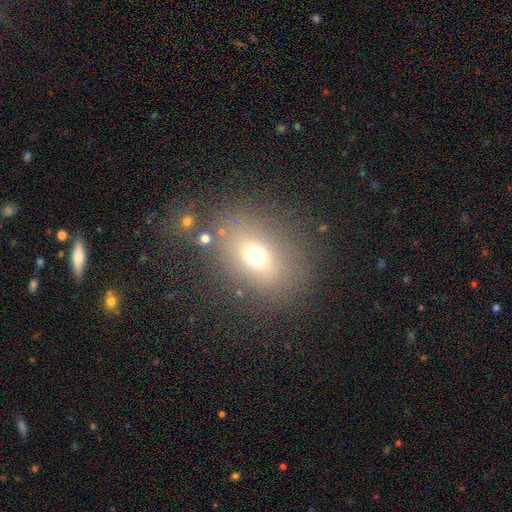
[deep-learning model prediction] smooth_or_featured: smooth (p=0.66) [alt: star or artifact p=0.18]
how_rounded: in between (p=0.58) [alt: round p=0.40]
merging: none (p=0.78) [alt: minor disturbance p=0.11]